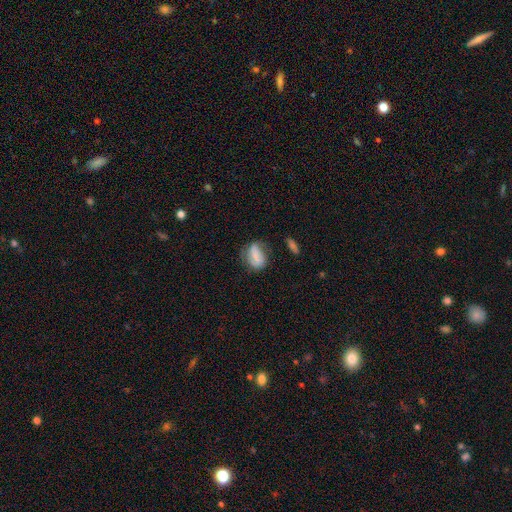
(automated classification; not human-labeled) Overall: smooth (63%; featured or disk 28%). How rounded: in between (76%). Merging: none (50%; minor disturbance 29%).